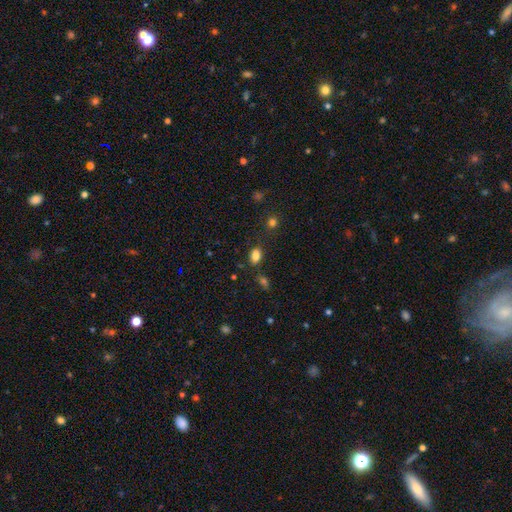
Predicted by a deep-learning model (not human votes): Smooth or featured? Predicted: smooth (p=0.83). How rounded? Predicted: in between (p=0.85). Merging? Predicted: none (p=0.76).